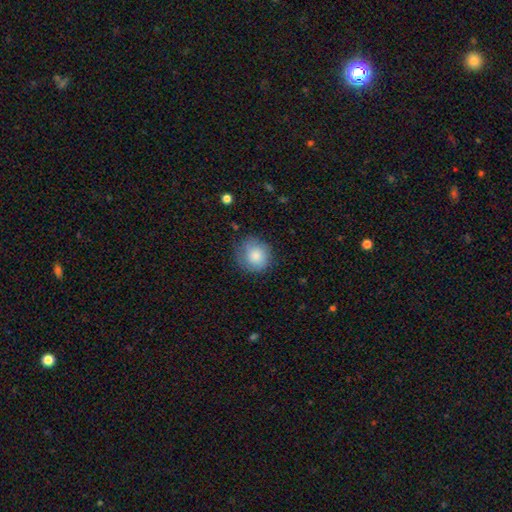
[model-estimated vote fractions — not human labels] The model was most divided on "merging": none: 68%, minor disturbance: 23%, major disturbance: 7%, merger: 2%. More confident: how rounded — round (83%); smooth or featured — smooth (81%).